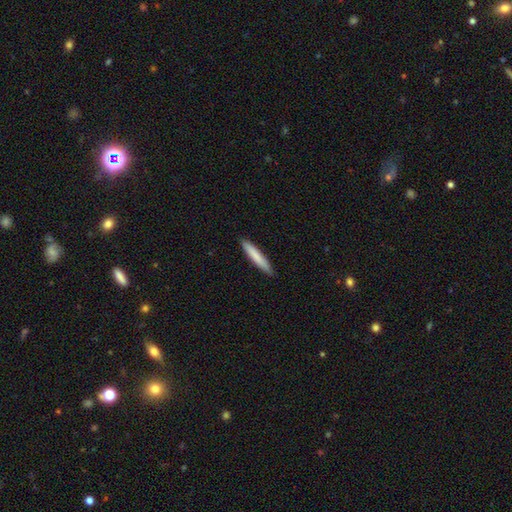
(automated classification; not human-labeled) This appears to be a smooth galaxy with no disk features (81%) that is cigar-shaped (93%). Merging: none (91%).